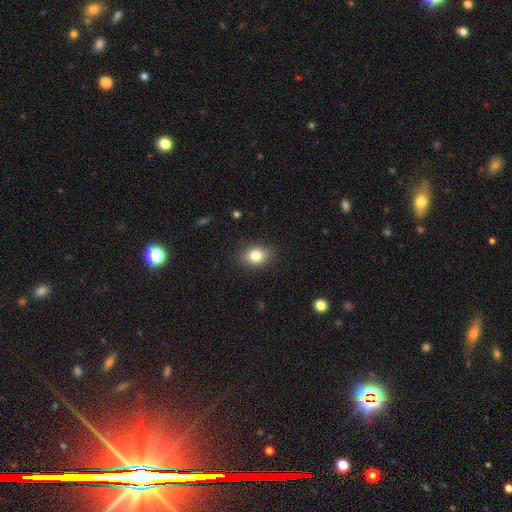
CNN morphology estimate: This is clearly a smooth galaxy (82%). How rounded: possibly in between (60%). Merging: clearly none (87%).